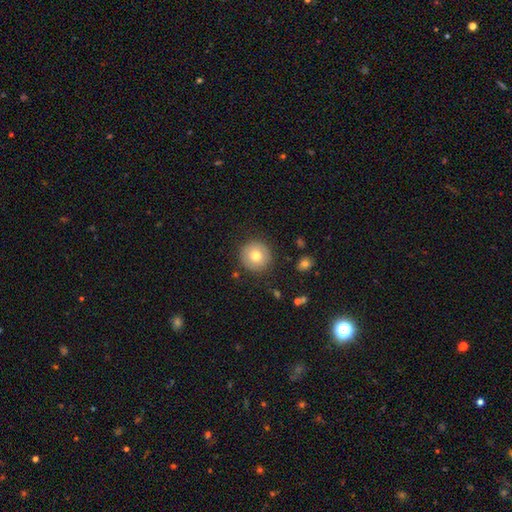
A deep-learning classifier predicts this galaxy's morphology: A smooth galaxy with no disk features (74%) that is round (95%).

Vote fractions:
- Smooth or featured? smooth: 74% / featured or disk: 17% / star or artifact: 9%
- How rounded? round: 95% / in between: 4% / cigar-shaped: 1%
- Merging? none: 88% / minor disturbance: 8% / major disturbance: 3% / merger: 1%